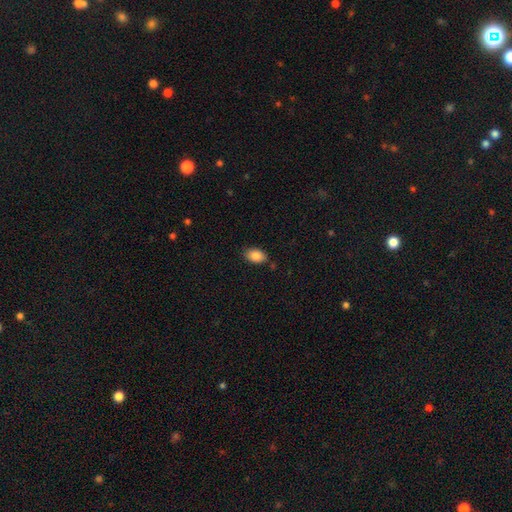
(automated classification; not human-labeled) Smooth or featured? smooth (87%)
How rounded? in between (90%)
Merging? none (84%)